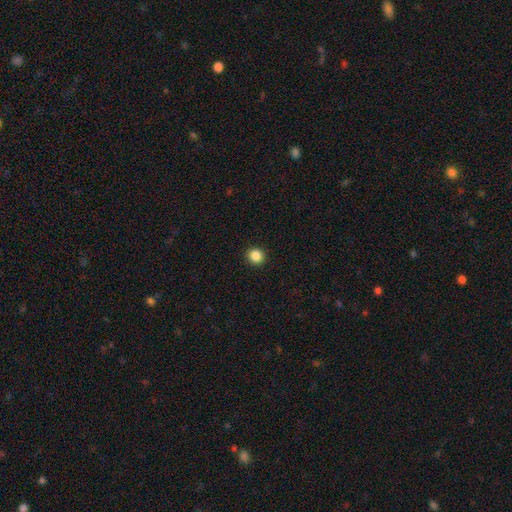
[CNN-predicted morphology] The model was most divided on "smooth or featured": smooth: 86%, star or artifact: 11%, featured or disk: 3%. More confident: merging — none (93%); how rounded — round (90%).